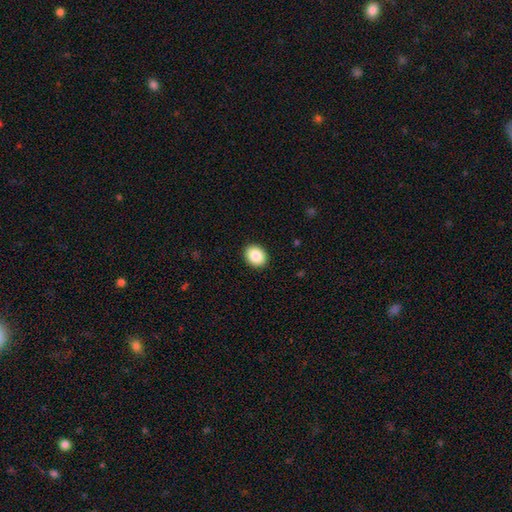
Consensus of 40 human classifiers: Volunteers were most divided on "how rounded": in between: 57%, round: 43%, cigar-shaped: 0%. More confident: merging — none (89%); smooth or featured — smooth (88%).